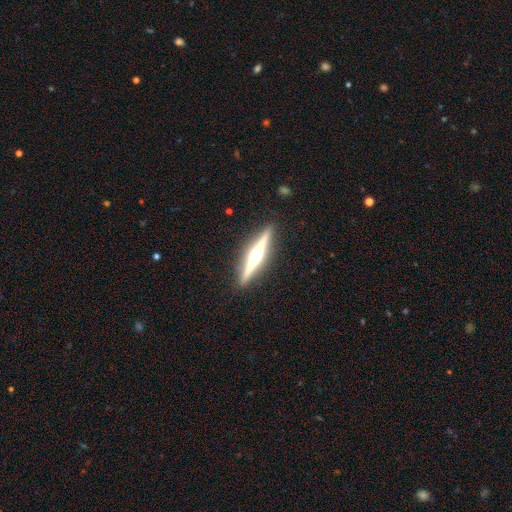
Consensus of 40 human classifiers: featured or disk 92%, smooth 5%, star or artifact 2%. Down the decision tree: edge-on disk — yes (100%); edge-on bulge — rounded (97%); merging — none (95%).